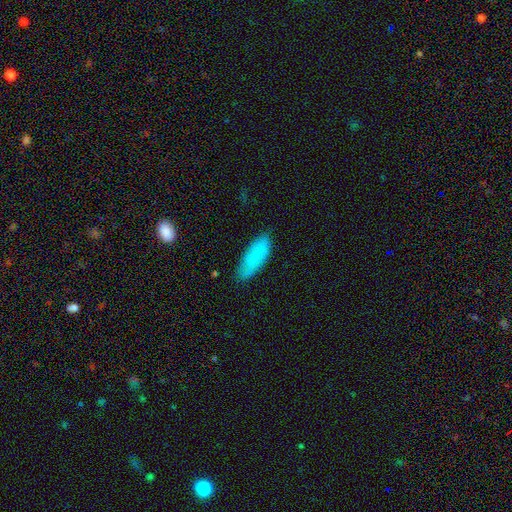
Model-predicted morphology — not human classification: A smooth galaxy with no disk features (81%) that is in between round and cigar-shaped (70%).

Vote fractions:
- Smooth or featured? smooth: 81% / featured or disk: 12% / star or artifact: 7%
- How rounded? in between: 70% / cigar-shaped: 29% / round: 2%
- Merging? none: 73% / minor disturbance: 21% / major disturbance: 4% / merger: 2%